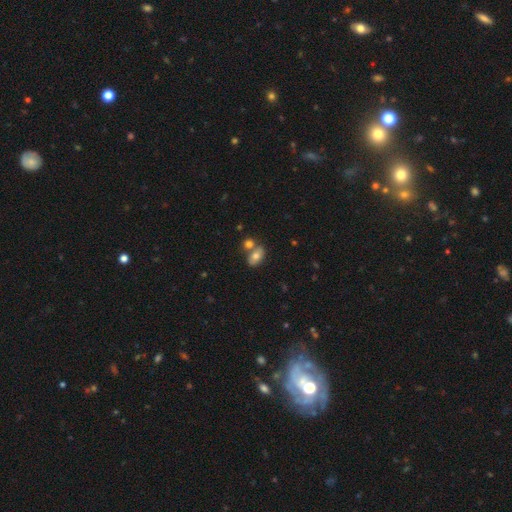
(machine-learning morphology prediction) The model was most divided on "merging": none: 49%, merger: 35%, minor disturbance: 11%, major disturbance: 4%. More confident: how rounded — in between (84%); smooth or featured — smooth (74%).